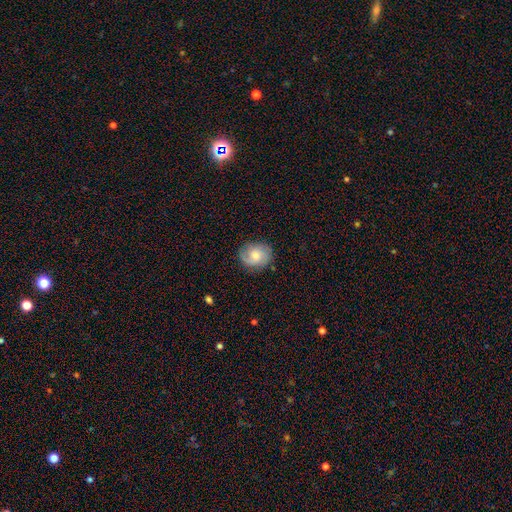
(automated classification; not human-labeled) featured or disk 47%, smooth 46%, star or artifact 8%. Down the decision tree: merging — none (78%).